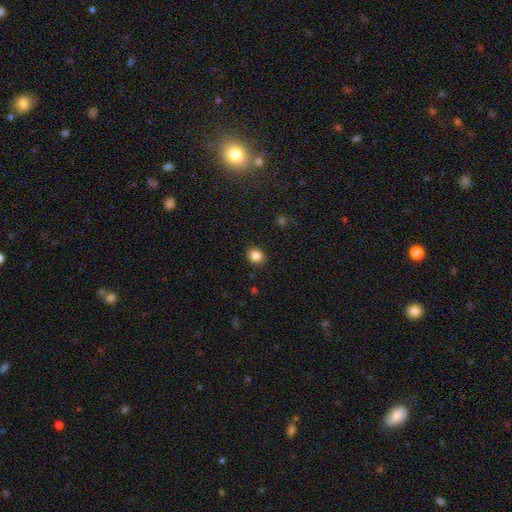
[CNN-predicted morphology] smooth_or_featured: smooth (p=0.85) [alt: star or artifact p=0.10]
how_rounded: round (p=0.65) [alt: in between p=0.34]
merging: none (p=0.89) [alt: minor disturbance p=0.08]